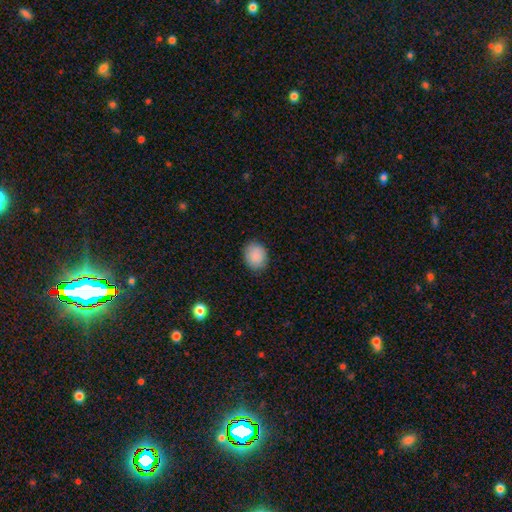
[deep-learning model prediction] Smooth or featured? Predicted: smooth (p=0.89). How rounded? Predicted: round (p=0.55). Merging? Predicted: none (p=0.86).